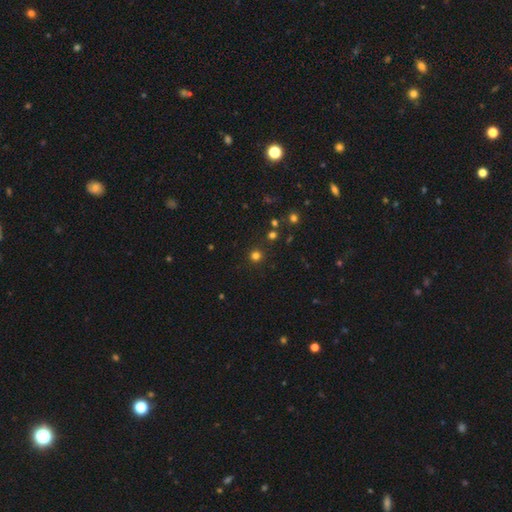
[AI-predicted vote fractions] Smooth or featured? smooth (75%)
How rounded? round (95%)
Merging? none (90%)